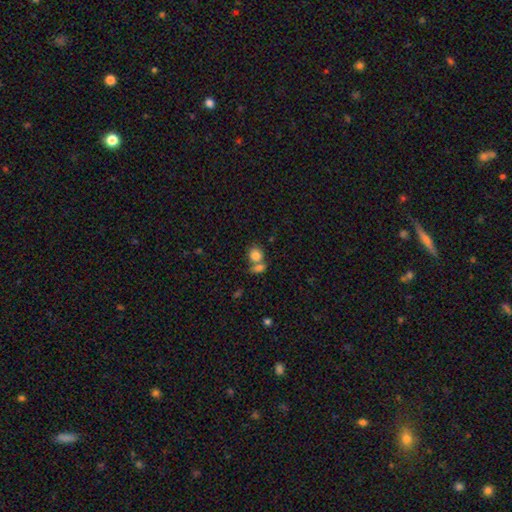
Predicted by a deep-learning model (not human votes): A smooth galaxy with no disk features (82%) that is round (71%).

Vote fractions:
- Smooth or featured? smooth: 82% / star or artifact: 10% / featured or disk: 8%
- How rounded? round: 71% / in between: 28% / cigar-shaped: 1%
- Merging? merger: 45% / none: 43% / minor disturbance: 9% / major disturbance: 4%